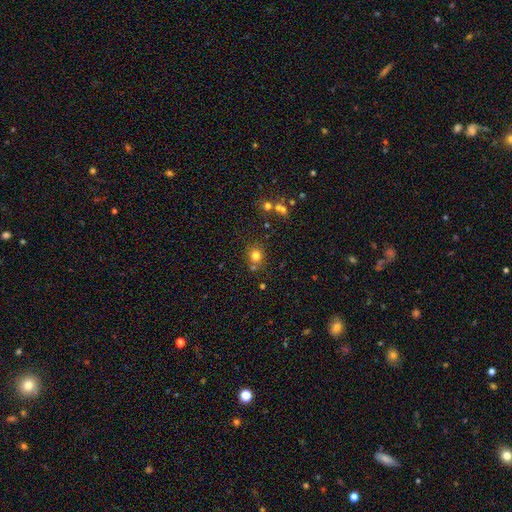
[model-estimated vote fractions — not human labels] Morphology: type=smooth (77%); roundness=round (84%); merging=none (73%).